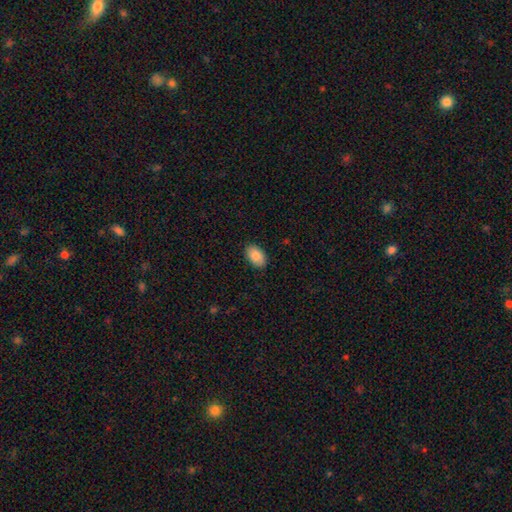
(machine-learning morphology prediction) A smooth galaxy with no disk features (87%) that is in between round and cigar-shaped (93%).

Vote fractions:
- Smooth or featured? smooth: 87% / star or artifact: 7% / featured or disk: 6%
- How rounded? in between: 93% / round: 6% / cigar-shaped: 1%
- Merging? none: 89% / minor disturbance: 8% / major disturbance: 2% / merger: 1%